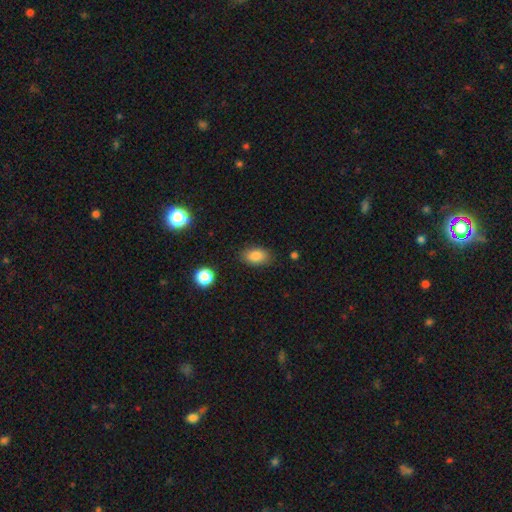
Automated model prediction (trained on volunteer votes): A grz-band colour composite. It shows a smooth galaxy with no disk features (85%) that is in between round and cigar-shaped (90%). Merging: none (84%).